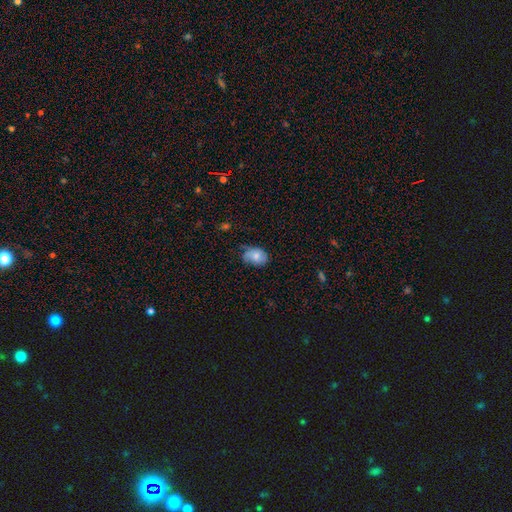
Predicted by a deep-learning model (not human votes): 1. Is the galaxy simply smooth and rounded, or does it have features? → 71% smooth, 21% featured or disk, 8% star or artifact.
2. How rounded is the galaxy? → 78% in between, 21% round, 1% cigar-shaped.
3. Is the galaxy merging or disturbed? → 53% none, 36% minor disturbance, 10% major disturbance, 2% merger.